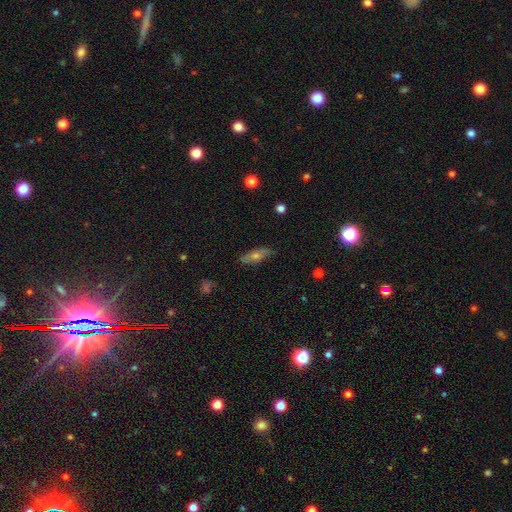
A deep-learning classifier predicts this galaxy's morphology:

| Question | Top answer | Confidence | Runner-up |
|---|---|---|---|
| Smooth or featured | smooth | 48% | featured or disk (41%) |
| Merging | none | 79% | minor disturbance (16%) |